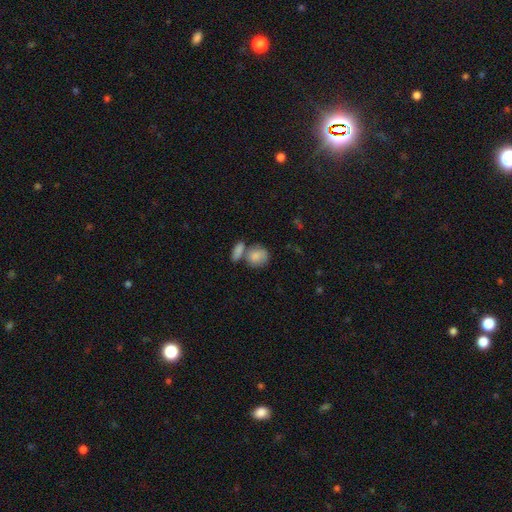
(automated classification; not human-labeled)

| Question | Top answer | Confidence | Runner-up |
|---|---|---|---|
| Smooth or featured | smooth | 83% | featured or disk (10%) |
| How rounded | round | 59% | in between (38%) |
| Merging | none | 44% | merger (38%) |